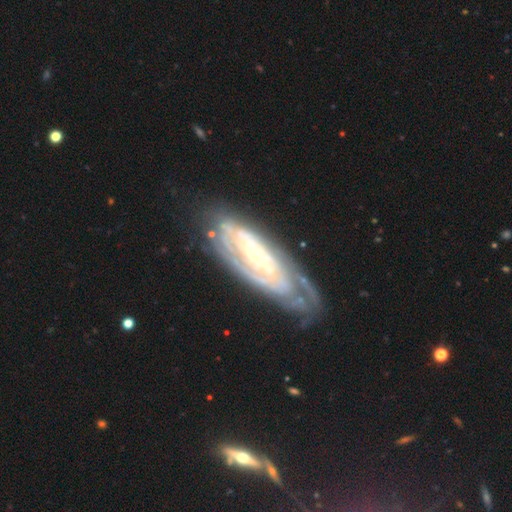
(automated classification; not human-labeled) Smooth or featured?
  - featured or disk: 84% *
  - smooth: 10%
  - star or artifact: 6%
Edge-on disk?
  - no: 88% *
  - yes: 12%
Bar?
  - no: 60% *
  - weak: 27%
  - strong: 13%
Spiral arms?
  - yes: 92% *
  - no: 8%
Spiral winding?
  - tight: 75% *
  - medium: 20%
  - loose: 5%
Spiral arm count?
  - can't tell: 46% *
  - 2: 24%
  - 3: 12%
  - 4: 7%
  - more than 4: 5%
  - 1: 5%
Bulge size?
  - small: 74% *
  - moderate: 22%
  - none: 2%
  - large: 2%
  - dominant: 1%
Merging?
  - none: 66% *
  - minor disturbance: 22%
  - major disturbance: 9%
  - merger: 2%